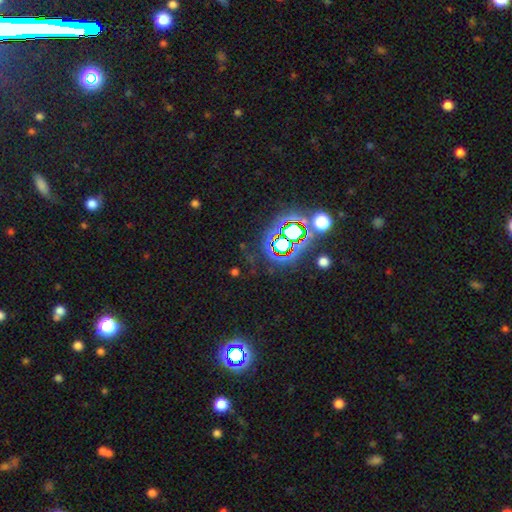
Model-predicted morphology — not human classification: This appears to be a star or artifact, not a galaxy (76%).